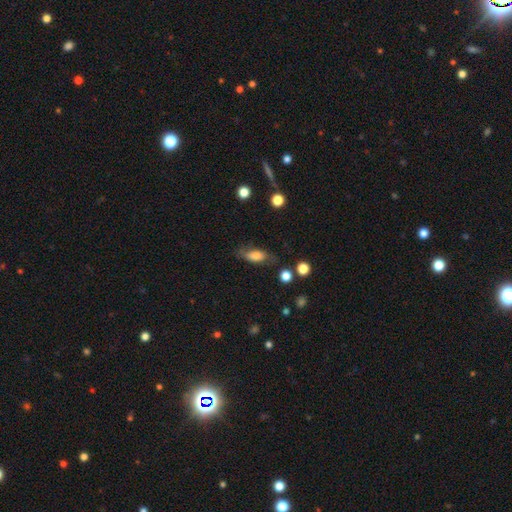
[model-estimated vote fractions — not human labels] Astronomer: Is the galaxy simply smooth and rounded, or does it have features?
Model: smooth — 70%.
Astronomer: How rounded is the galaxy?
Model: in between — 76%.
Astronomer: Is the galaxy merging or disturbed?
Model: none — 69%.